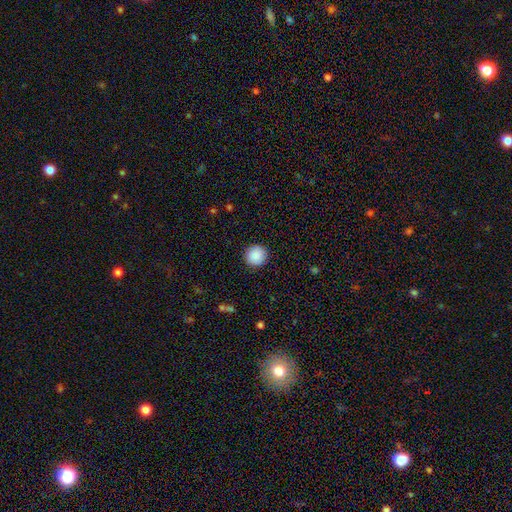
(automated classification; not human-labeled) Morphology: type=smooth (88%); roundness=round (95%); merging=none (92%).